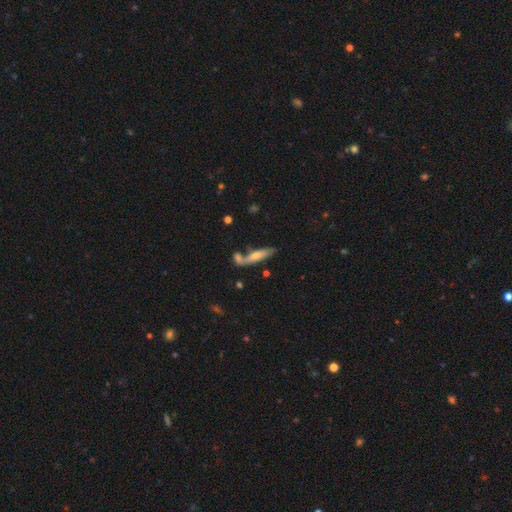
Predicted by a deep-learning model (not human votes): This is possibly a smooth galaxy (50%). Merging: likely none (60%).